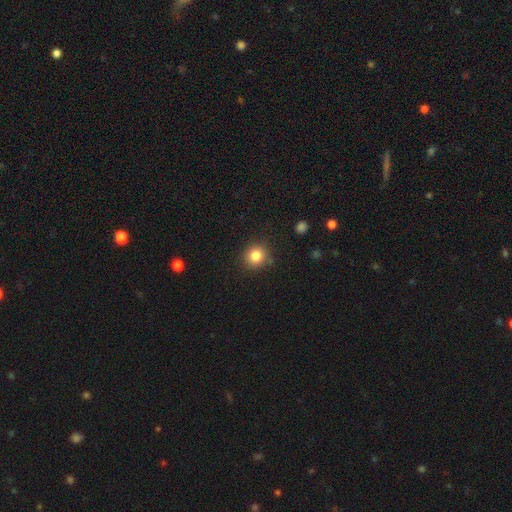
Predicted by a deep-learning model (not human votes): Smooth or featured?
  - smooth: 83% *
  - star or artifact: 11%
  - featured or disk: 6%
How rounded?
  - round: 89% *
  - in between: 10%
  - cigar-shaped: 1%
Merging?
  - none: 87% *
  - minor disturbance: 9%
  - major disturbance: 3%
  - merger: 2%